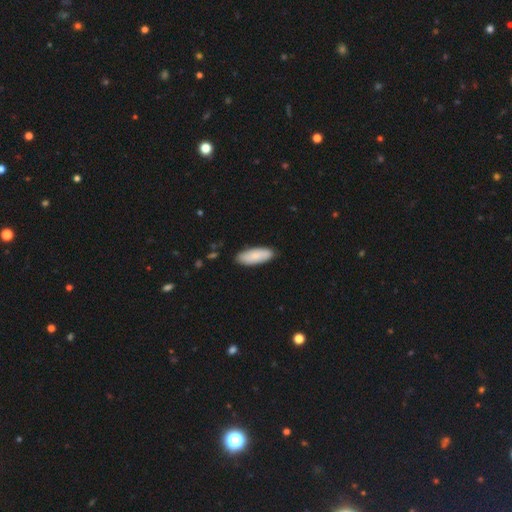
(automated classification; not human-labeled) Morphology: type=smooth (84%); roundness=in between (75%); merging=none (87%).